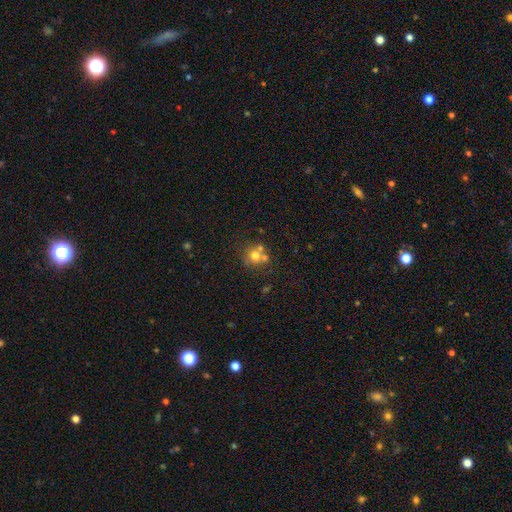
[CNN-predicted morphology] Overall: smooth (67%). How rounded: round (85%). Merging: none (51%; merger 36%).